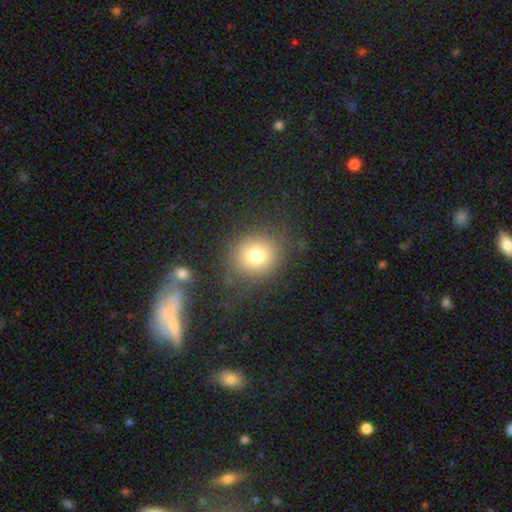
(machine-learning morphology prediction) Smooth or featured?
  - smooth: 76% *
  - star or artifact: 13%
  - featured or disk: 11%
How rounded?
  - round: 75% *
  - in between: 24%
  - cigar-shaped: 1%
Merging?
  - none: 76% *
  - minor disturbance: 13%
  - major disturbance: 9%
  - merger: 3%